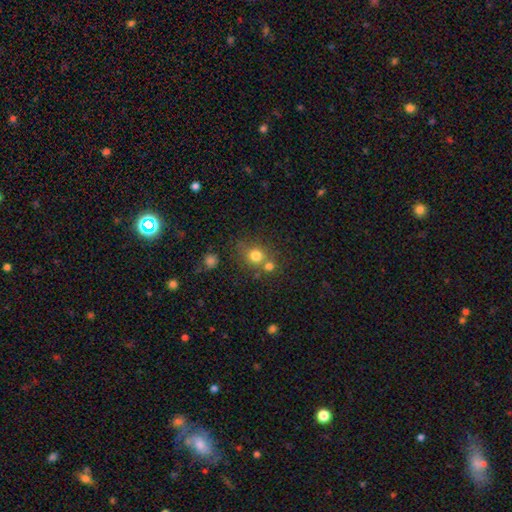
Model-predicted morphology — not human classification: Q: Smooth or featured?
A: smooth (77%); runner-up: star or artifact (14%)
Q: How rounded?
A: round (80%); runner-up: in between (19%)
Q: Merging?
A: none (57%); runner-up: merger (27%)